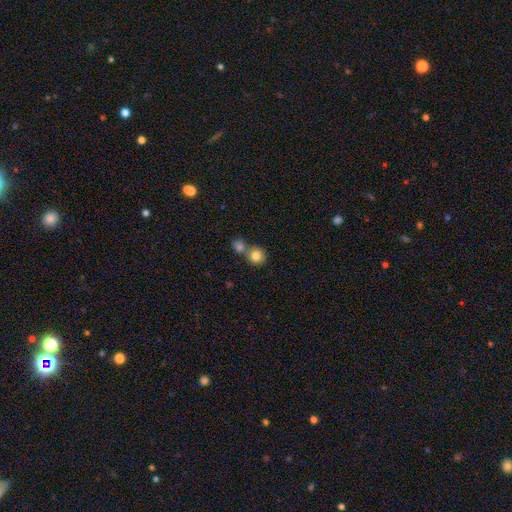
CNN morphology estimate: Smooth or featured? smooth (81%)
How rounded? round (86%)
Merging? none (48%)